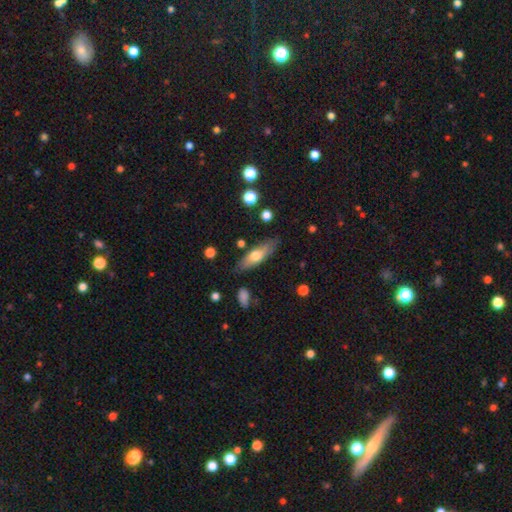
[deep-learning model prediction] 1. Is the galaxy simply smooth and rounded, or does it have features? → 59% smooth, 35% featured or disk, 6% star or artifact.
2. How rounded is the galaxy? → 50% in between, 48% cigar-shaped, 3% round.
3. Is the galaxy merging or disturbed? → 79% none, 15% minor disturbance, 3% major disturbance, 3% merger.